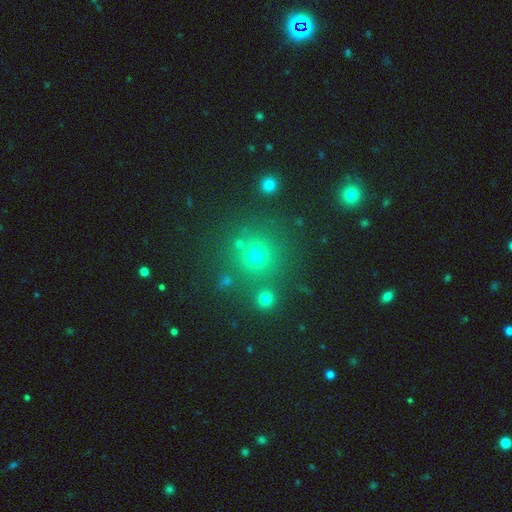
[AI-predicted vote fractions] A smooth galaxy with no disk features (70%) that is round (93%). Merging: none (82%).